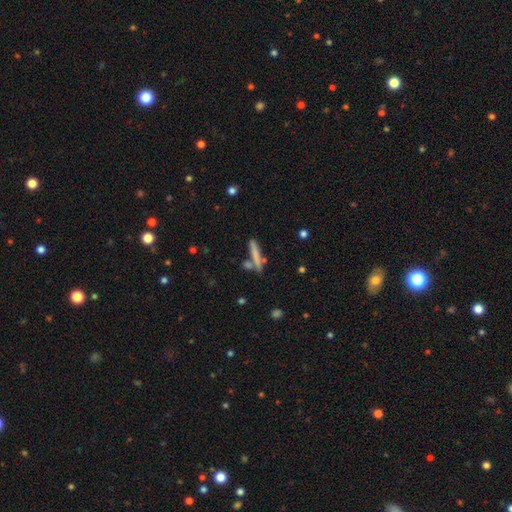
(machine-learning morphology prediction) A smooth galaxy with no disk features (71%) that is cigar-shaped (92%). Merging: none (70%).